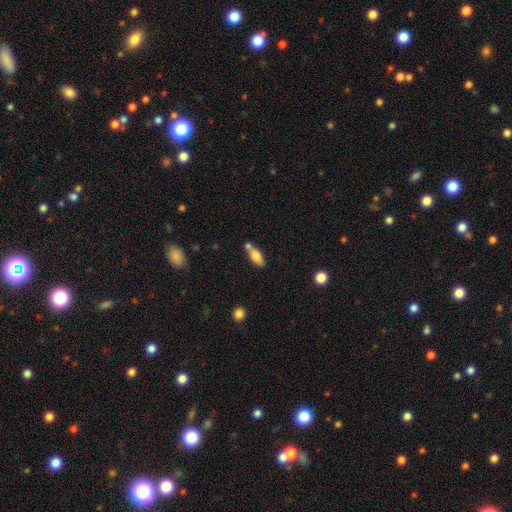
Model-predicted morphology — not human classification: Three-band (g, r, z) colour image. It shows a smooth galaxy with no disk features (78%) that is in between round and cigar-shaped (78%). Merging: none (51%).